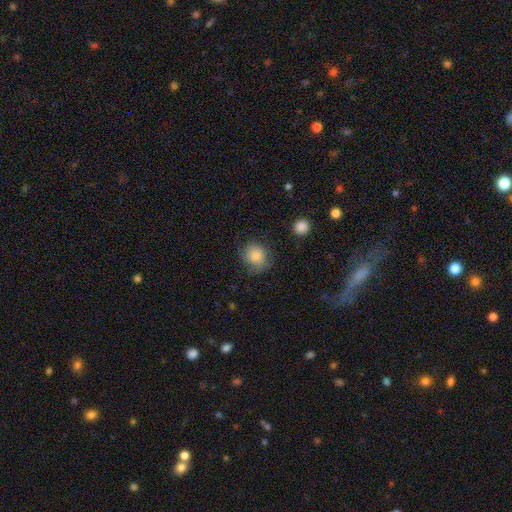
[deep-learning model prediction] The model was most divided on "merging": none: 71%, minor disturbance: 21%, major disturbance: 7%, merger: 1%. More confident: smooth or featured — smooth (83%); how rounded — round (77%).